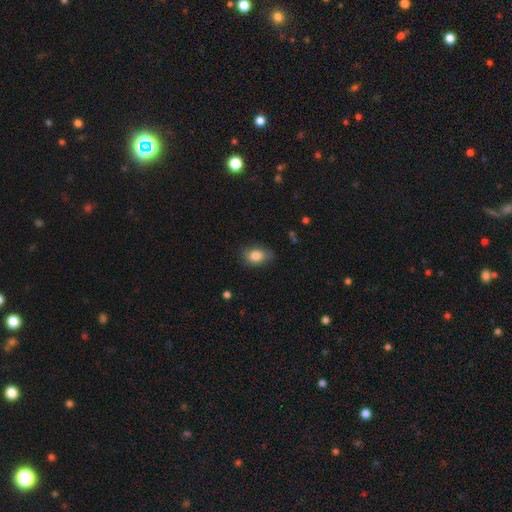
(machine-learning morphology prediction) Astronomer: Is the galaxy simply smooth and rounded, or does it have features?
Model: smooth — 82%.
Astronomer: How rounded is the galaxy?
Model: in between — 79%.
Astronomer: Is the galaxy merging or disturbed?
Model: none — 71%.